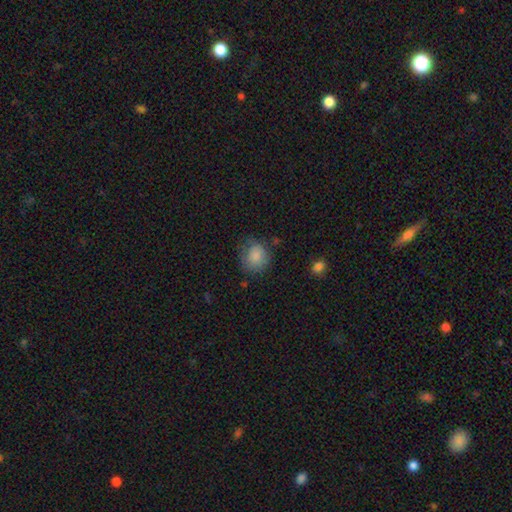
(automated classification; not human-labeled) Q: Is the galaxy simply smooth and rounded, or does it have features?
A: smooth — 84%.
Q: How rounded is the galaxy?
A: round — 78%.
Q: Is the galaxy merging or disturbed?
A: none — 66%.